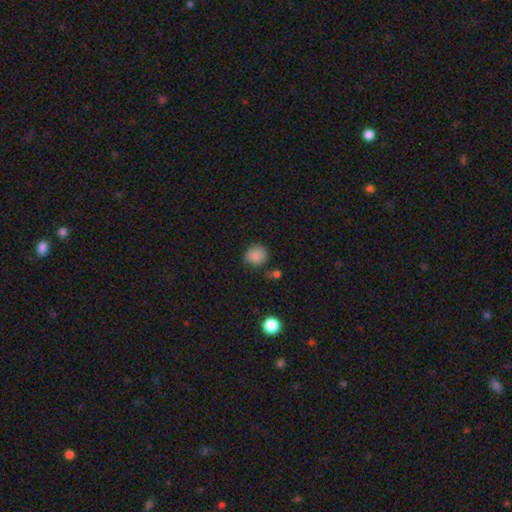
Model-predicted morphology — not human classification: This appears to be a smooth galaxy with no disk features (86%) that is round (87%). Merging: none (73%).